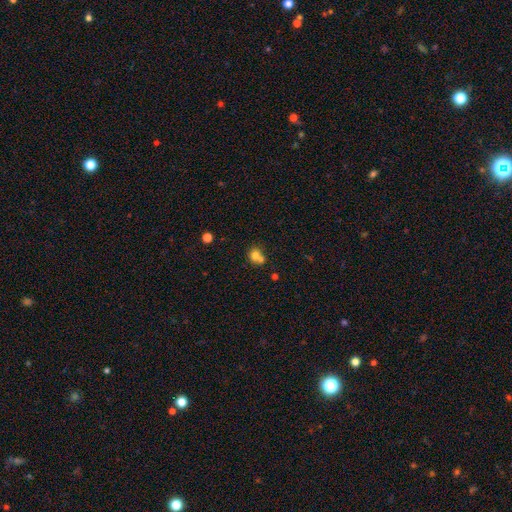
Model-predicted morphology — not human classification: Smooth or featured?
  - smooth: 74% *
  - featured or disk: 14%
  - star or artifact: 12%
How rounded?
  - round: 78% *
  - in between: 21%
  - cigar-shaped: 1%
Merging?
  - merger: 48% *
  - none: 42%
  - minor disturbance: 8%
  - major disturbance: 3%